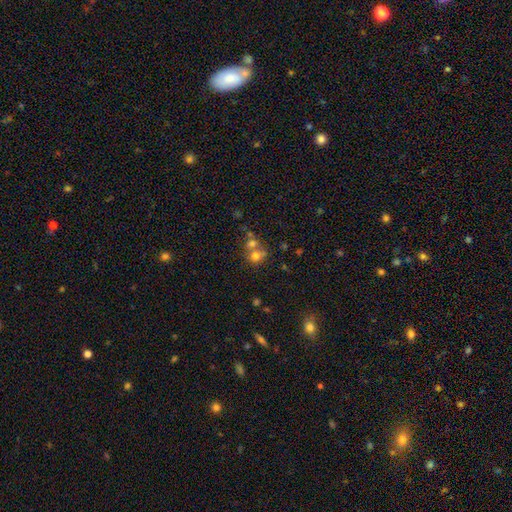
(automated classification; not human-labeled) smooth_or_featured: smooth (p=0.68) [alt: featured or disk p=0.16]
how_rounded: round (p=0.79) [alt: in between p=0.20]
merging: merger (p=0.54) [alt: none p=0.36]